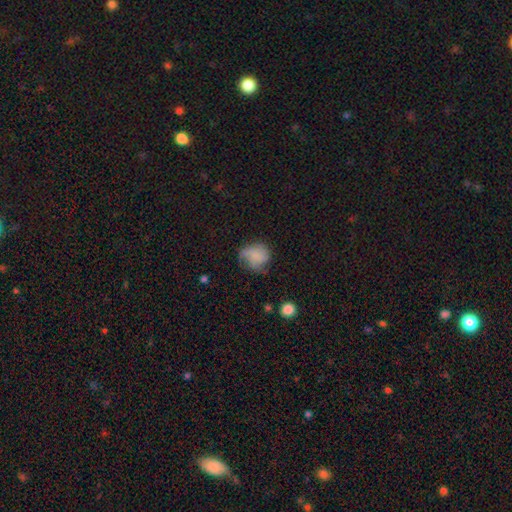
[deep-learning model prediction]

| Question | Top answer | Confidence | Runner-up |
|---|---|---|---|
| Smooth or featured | smooth | 63% | featured or disk (27%) |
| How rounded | round | 67% | in between (32%) |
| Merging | none | 43% | minor disturbance (31%) |